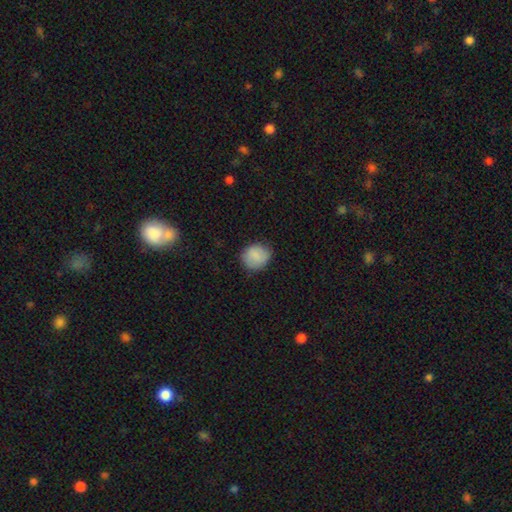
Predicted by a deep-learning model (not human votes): Q: Smooth or featured?
A: smooth (87%); runner-up: star or artifact (7%)
Q: How rounded?
A: round (77%); runner-up: in between (22%)
Q: Merging?
A: none (80%); runner-up: minor disturbance (15%)